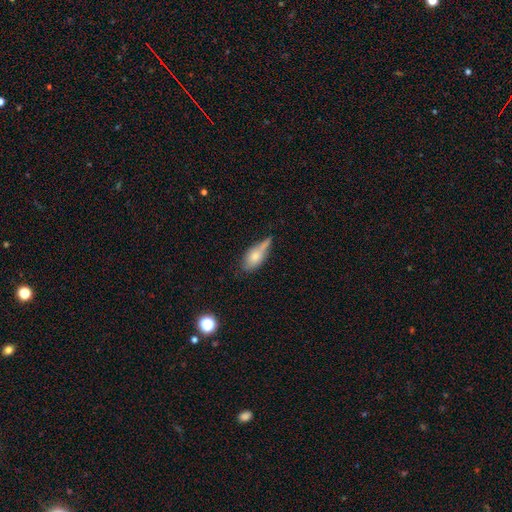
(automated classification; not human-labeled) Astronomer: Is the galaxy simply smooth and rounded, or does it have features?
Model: smooth — 70%.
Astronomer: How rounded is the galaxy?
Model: in between — 79%.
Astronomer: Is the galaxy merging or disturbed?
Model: none — 41% (runner-up: minor disturbance, 36%).